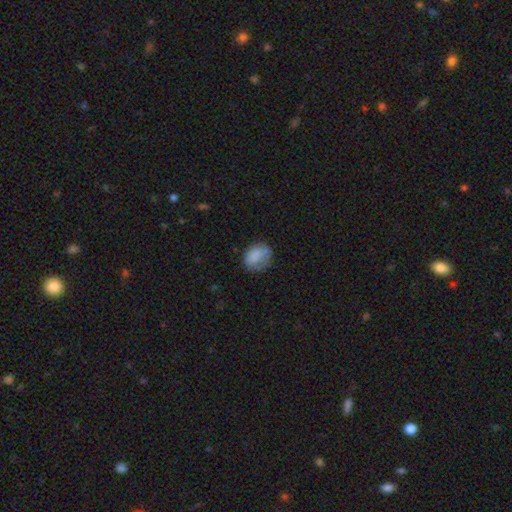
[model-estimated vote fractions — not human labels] smooth_or_featured: smooth (p=0.82) [alt: featured or disk p=0.10]
how_rounded: in between (p=0.54) [alt: round p=0.45]
merging: none (p=0.60) [alt: minor disturbance p=0.27]